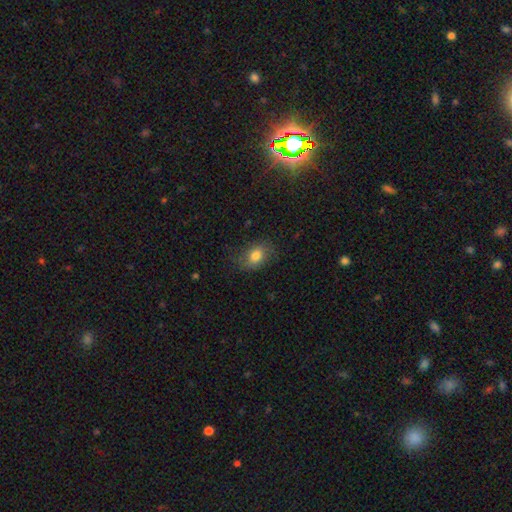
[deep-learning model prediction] Morphology: type=smooth (79%); roundness=in between (72%); merging=none (73%).